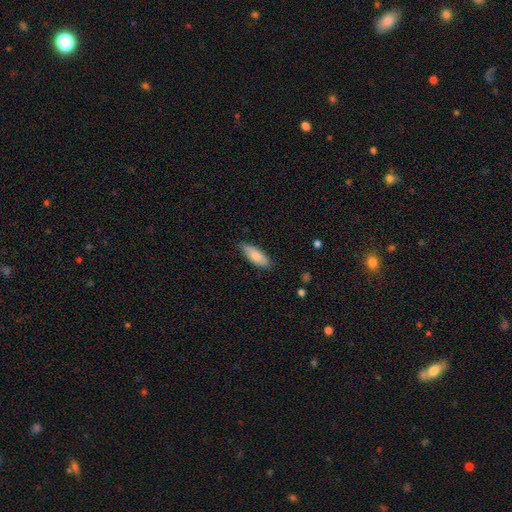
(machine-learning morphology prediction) Smooth or featured?
  - smooth: 81% *
  - featured or disk: 13%
  - star or artifact: 6%
How rounded?
  - in between: 70% *
  - cigar-shaped: 29%
  - round: 2%
Merging?
  - none: 83% *
  - minor disturbance: 14%
  - major disturbance: 2%
  - merger: 1%